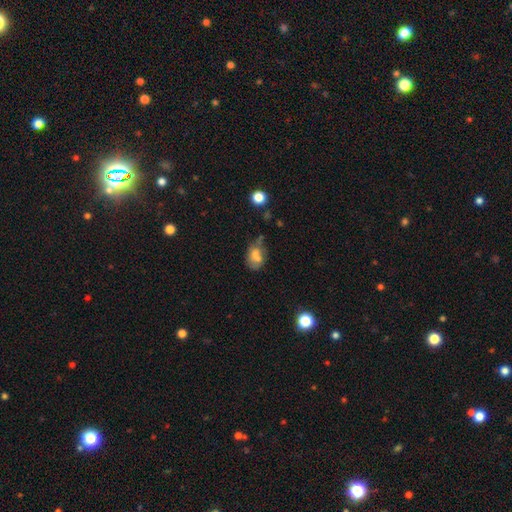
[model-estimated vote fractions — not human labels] smooth 61%, featured or disk 26%, star or artifact 13%. Down the decision tree: how rounded — in between (78%); merging — none (35%).